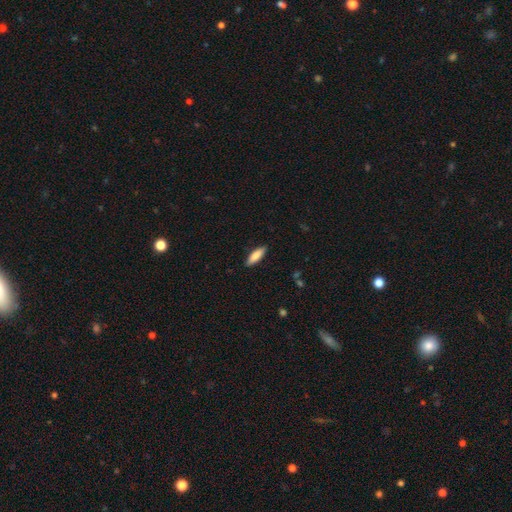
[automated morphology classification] smooth_or_featured: smooth (p=0.83) [alt: featured or disk p=0.12]
how_rounded: in between (p=0.50) [alt: cigar-shaped p=0.49]
merging: none (p=0.88) [alt: minor disturbance p=0.09]